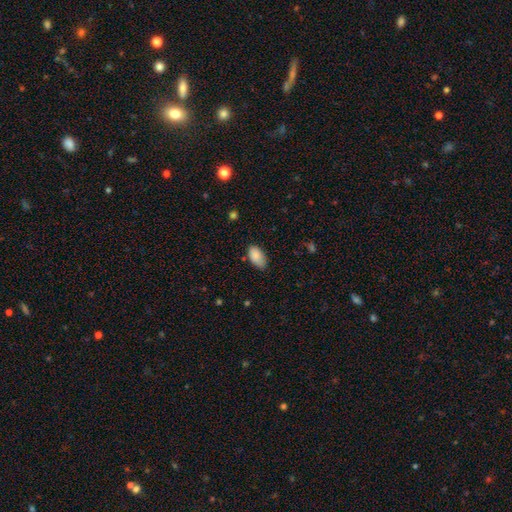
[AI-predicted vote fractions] smooth 86%, star or artifact 7%, featured or disk 7%. Down the decision tree: how rounded — in between (94%); merging — none (74%).